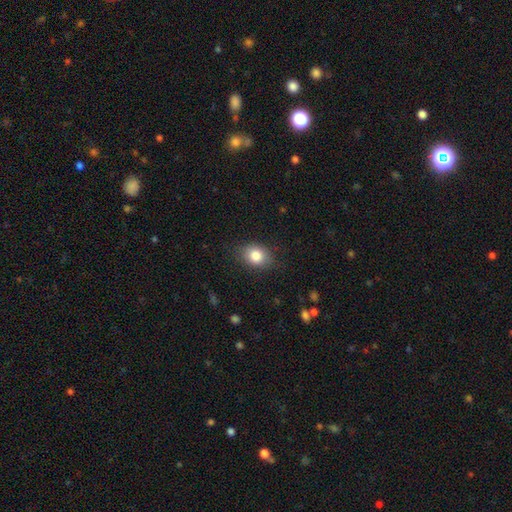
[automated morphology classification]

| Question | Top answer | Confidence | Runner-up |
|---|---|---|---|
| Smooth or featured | smooth | 83% | star or artifact (9%) |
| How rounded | in between | 54% | round (45%) |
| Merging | none | 80% | minor disturbance (15%) |